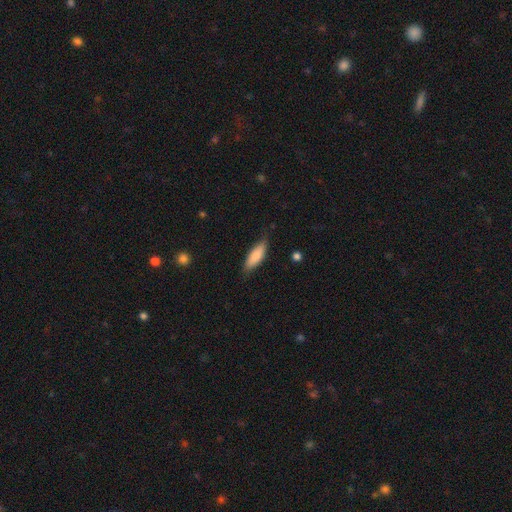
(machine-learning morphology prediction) Overall: smooth (82%). How rounded: in between (62%; cigar-shaped 36%). Merging: none (77%).